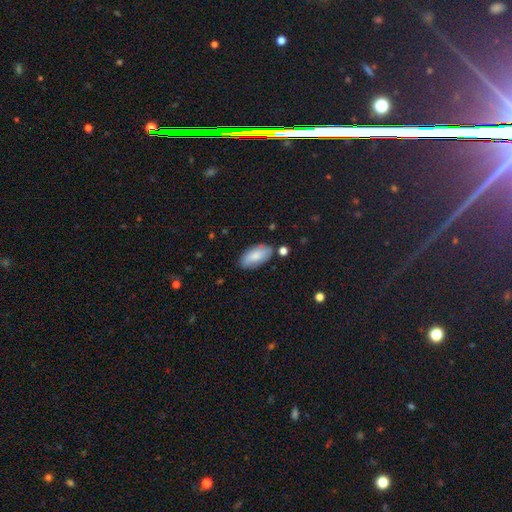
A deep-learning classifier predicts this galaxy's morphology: smooth_or_featured: smooth (p=0.81) [alt: featured or disk p=0.13]
how_rounded: in between (p=0.92) [alt: cigar-shaped p=0.06]
merging: none (p=0.78) [alt: minor disturbance p=0.15]